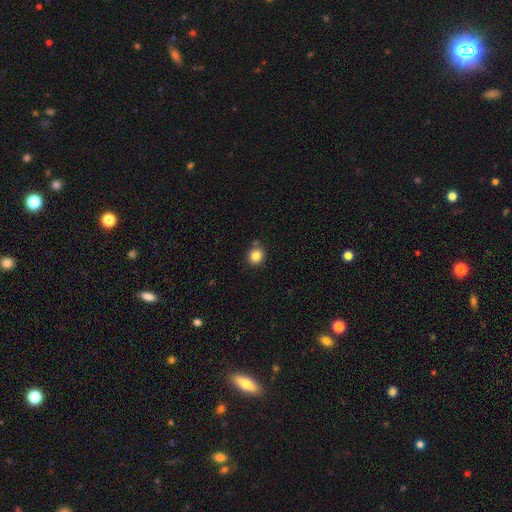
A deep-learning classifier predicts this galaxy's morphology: Smooth or featured?
  - smooth: 85% *
  - star or artifact: 10%
  - featured or disk: 5%
How rounded?
  - round: 83% *
  - in between: 16%
  - cigar-shaped: 1%
Merging?
  - none: 77% *
  - minor disturbance: 12%
  - merger: 7%
  - major disturbance: 3%